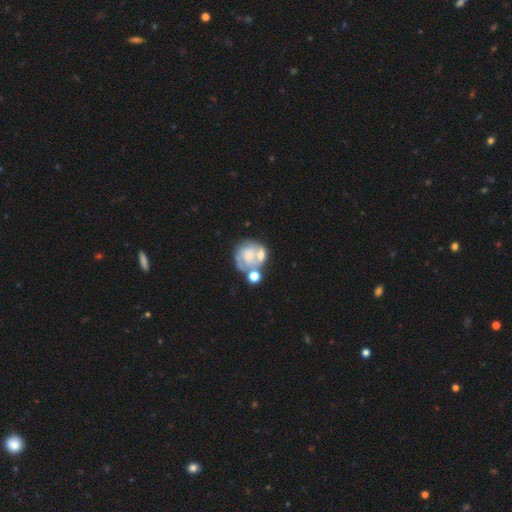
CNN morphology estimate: Smooth or featured?
  - featured or disk: 58% *
  - smooth: 32%
  - star or artifact: 10%
Edge-on disk?
  - no: 98% *
  - yes: 2%
Bar?
  - no: 84% *
  - weak: 12%
  - strong: 4%
Spiral arms?
  - no: 66% *
  - yes: 34%
Bulge size?
  - none: 36% *
  - small: 27%
  - moderate: 25%
  - large: 10%
  - dominant: 3%
Merging?
  - merger: 35% *
  - none: 34%
  - minor disturbance: 16%
  - major disturbance: 15%